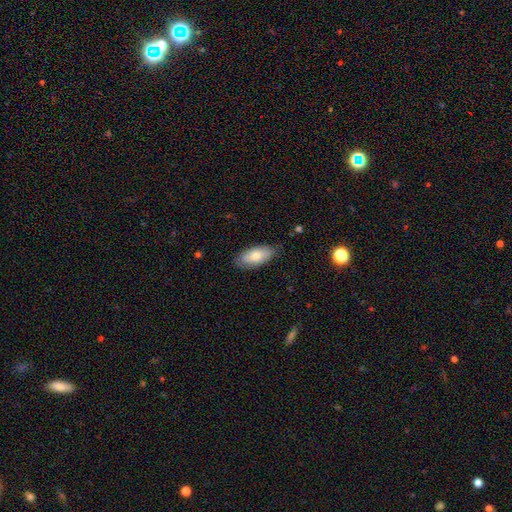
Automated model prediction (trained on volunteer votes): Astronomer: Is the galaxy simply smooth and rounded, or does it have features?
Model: smooth — 74%.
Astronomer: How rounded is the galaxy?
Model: in between — 89%.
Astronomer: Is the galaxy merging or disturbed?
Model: none — 79%.